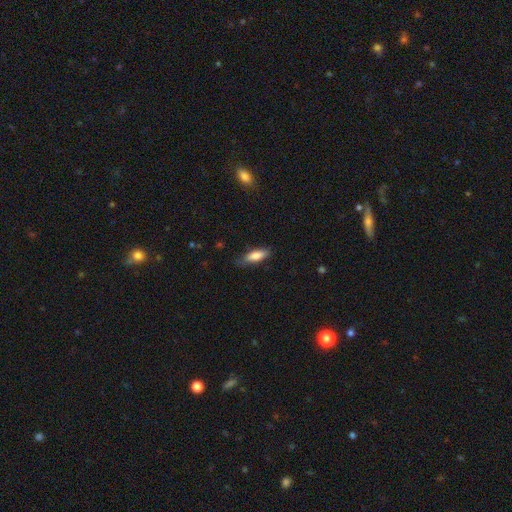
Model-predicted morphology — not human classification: This is clearly a smooth galaxy (80%). How rounded: possibly in between (59%). Merging: likely none (73%).